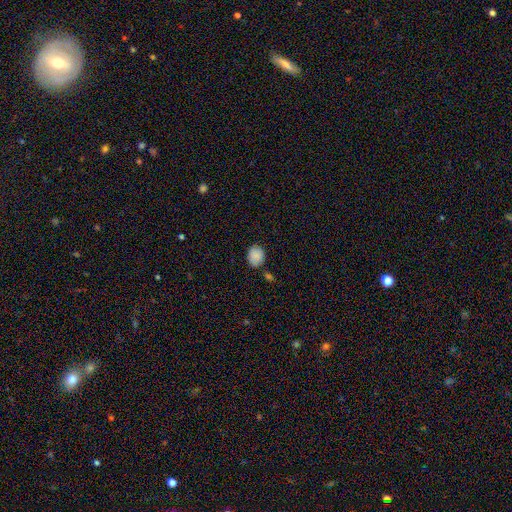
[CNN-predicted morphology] This is clearly a smooth galaxy (88%). How rounded: possibly round (56%). Merging: likely none (72%).